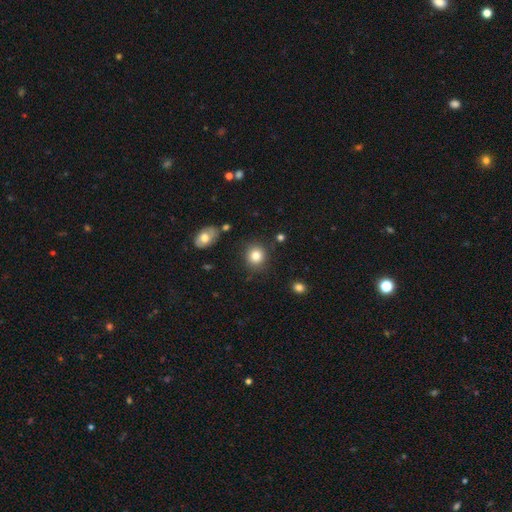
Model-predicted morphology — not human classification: Overall: smooth (82%). How rounded: round (84%). Merging: none (85%).